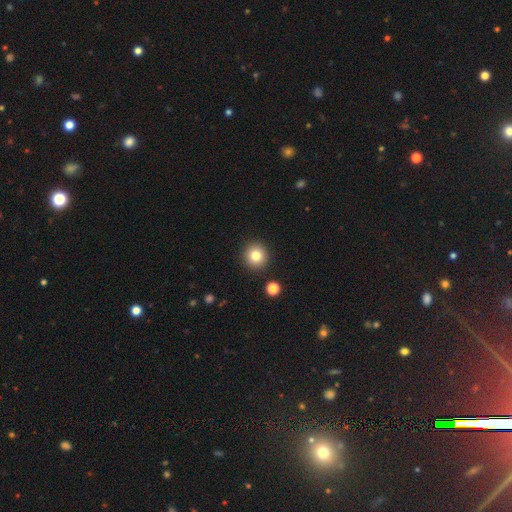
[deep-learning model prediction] A smooth galaxy with no disk features (80%) that is round (94%). Merging: none (90%).